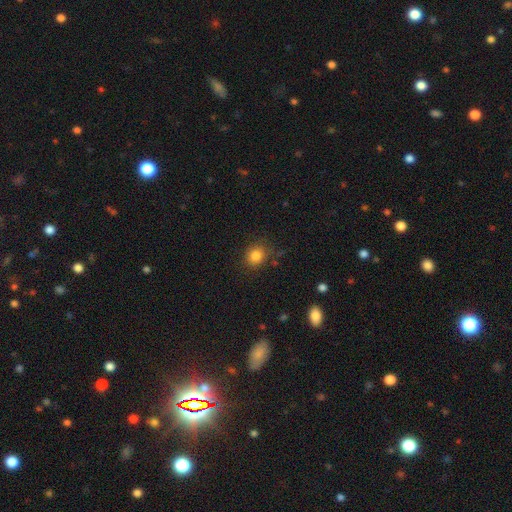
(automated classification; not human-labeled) smooth-or-featured: smooth: 84% | star or artifact: 11% | featured or disk: 5%
  how-rounded: round: 76% | in between: 23% | cigar-shaped: 1%
  merging: none: 80% | minor disturbance: 13% | major disturbance: 4% | merger: 2%